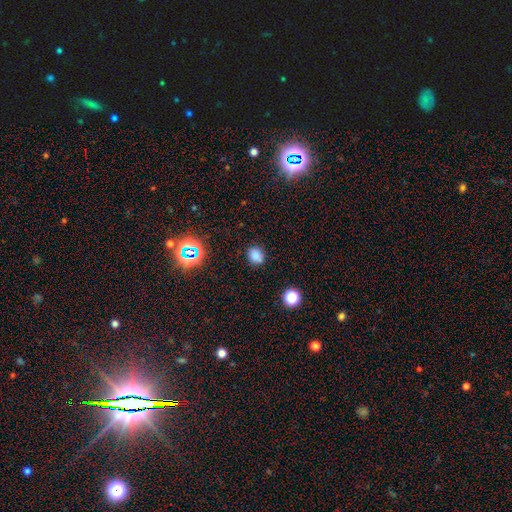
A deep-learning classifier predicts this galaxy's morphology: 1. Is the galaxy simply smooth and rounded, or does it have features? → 76% smooth, 18% star or artifact, 6% featured or disk.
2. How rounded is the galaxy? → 65% round, 34% in between, 1% cigar-shaped.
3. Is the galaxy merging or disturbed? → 79% none, 15% minor disturbance, 4% major disturbance, 3% merger.